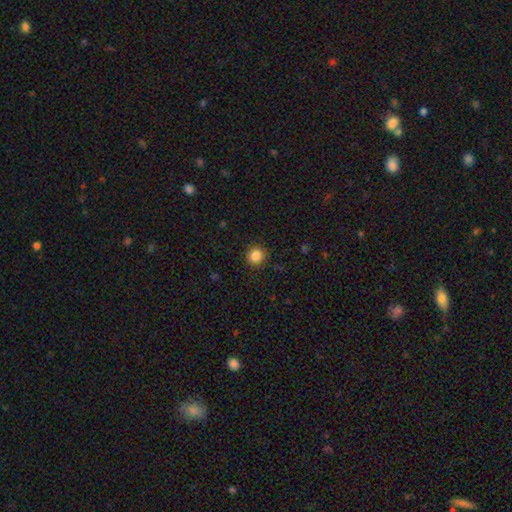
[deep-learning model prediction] smooth_or_featured: smooth (p=0.86) [alt: star or artifact p=0.10]
how_rounded: round (p=0.92) [alt: in between p=0.07]
merging: none (p=0.90) [alt: minor disturbance p=0.06]